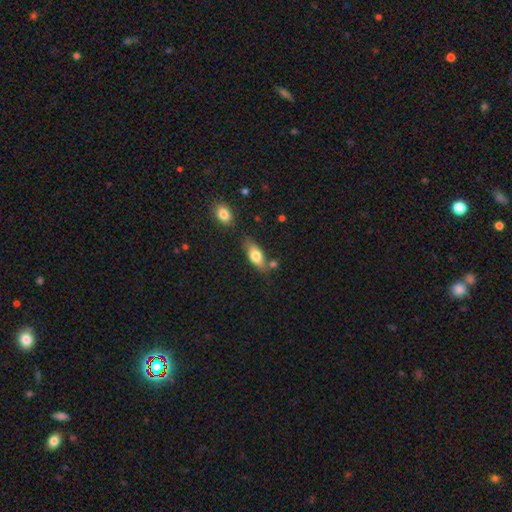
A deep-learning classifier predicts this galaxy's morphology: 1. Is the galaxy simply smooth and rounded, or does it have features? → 72% smooth, 22% featured or disk, 7% star or artifact.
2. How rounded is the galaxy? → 79% in between, 17% cigar-shaped, 4% round.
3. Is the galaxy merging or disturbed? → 67% none, 18% minor disturbance, 11% merger, 4% major disturbance.